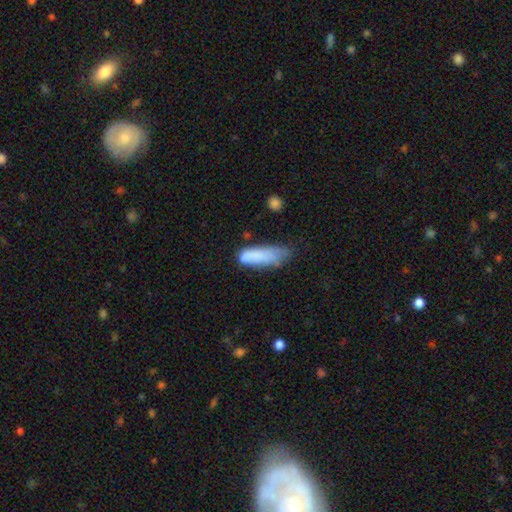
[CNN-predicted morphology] smooth 80%, featured or disk 12%, star or artifact 8%. Down the decision tree: how rounded — cigar-shaped (52%); merging — none (41%).